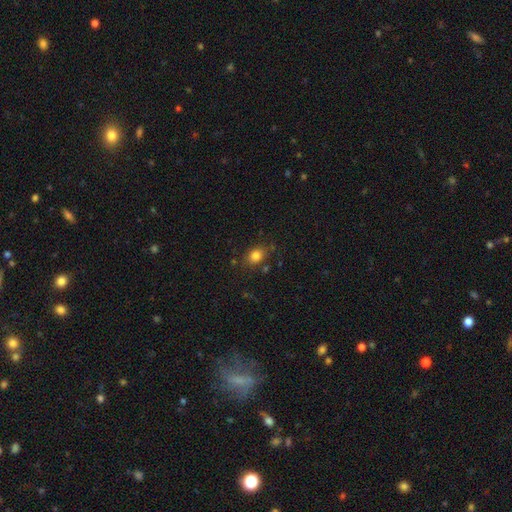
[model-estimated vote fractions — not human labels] Overall: smooth (81%). How rounded: in between (57%; round 42%). Merging: none (78%).